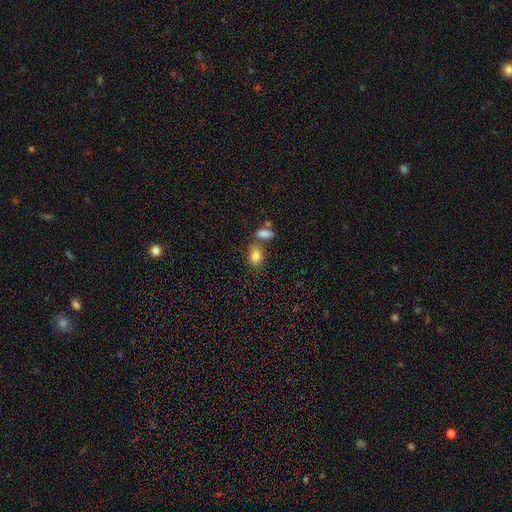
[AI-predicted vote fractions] The model was most divided on "merging": none: 56%, merger: 27%, minor disturbance: 13%, major disturbance: 5%. More confident: how rounded — in between (84%); smooth or featured — smooth (84%).